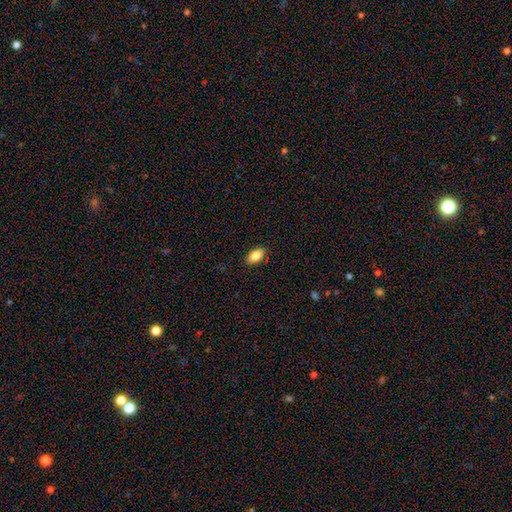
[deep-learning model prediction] The model was most divided on "smooth or featured": smooth: 85%, star or artifact: 8%, featured or disk: 7%. More confident: how rounded — in between (91%); merging — none (88%).